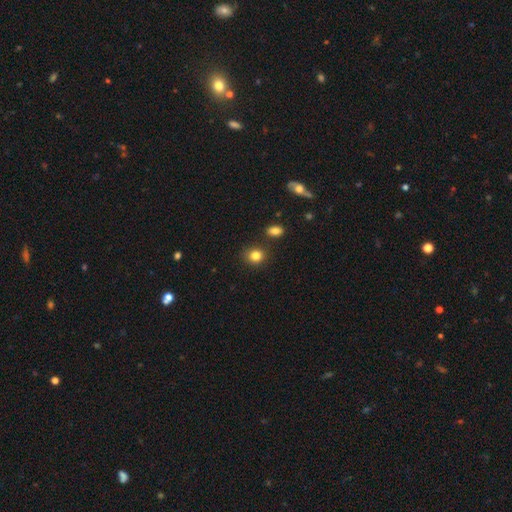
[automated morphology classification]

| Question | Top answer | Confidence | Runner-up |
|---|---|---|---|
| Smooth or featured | smooth | 83% | star or artifact (11%) |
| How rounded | round | 76% | in between (23%) |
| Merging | none | 84% | minor disturbance (9%) |